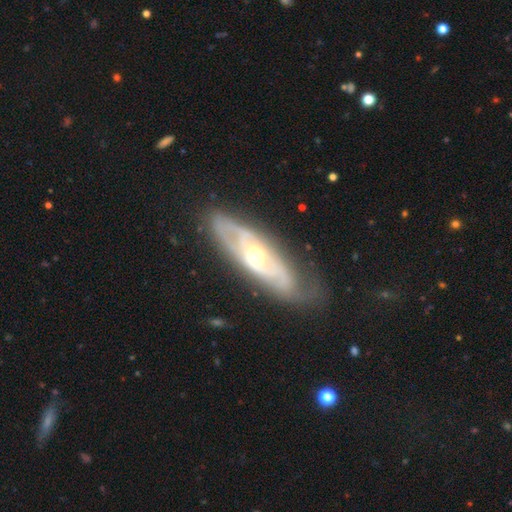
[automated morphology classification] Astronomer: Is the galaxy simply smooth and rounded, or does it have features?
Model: featured or disk — 79%.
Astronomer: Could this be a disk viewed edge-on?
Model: no — 76%.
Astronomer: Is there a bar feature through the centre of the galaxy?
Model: no — 67%.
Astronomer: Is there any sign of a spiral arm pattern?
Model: yes — 69%.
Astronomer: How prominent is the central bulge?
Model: moderate — 65%.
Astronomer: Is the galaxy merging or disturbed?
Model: none — 74%.